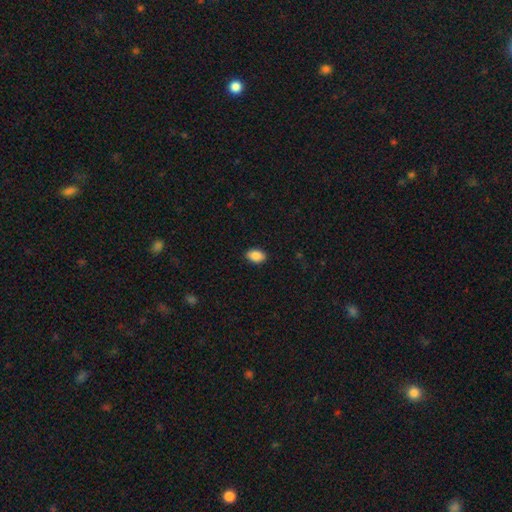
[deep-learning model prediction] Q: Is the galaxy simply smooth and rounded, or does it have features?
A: smooth — 89%.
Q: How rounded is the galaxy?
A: in between — 87%.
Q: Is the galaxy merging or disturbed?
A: none — 89%.